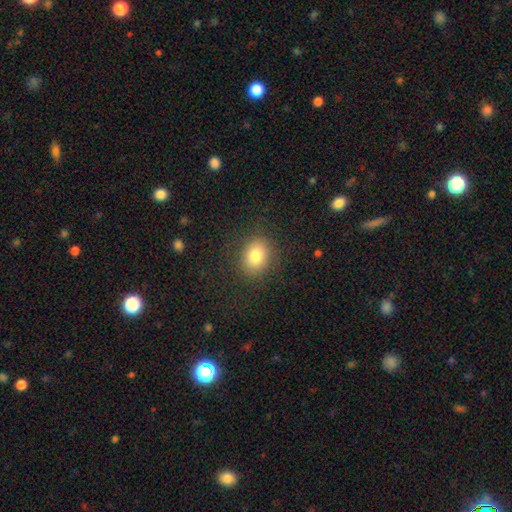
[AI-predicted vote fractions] Morphology: type=smooth (81%); roundness=in between (50%); merging=none (86%).